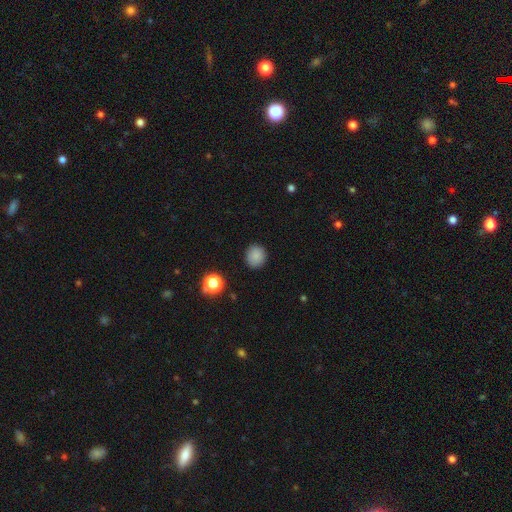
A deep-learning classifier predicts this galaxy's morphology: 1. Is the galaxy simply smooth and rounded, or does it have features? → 85% smooth, 11% star or artifact, 4% featured or disk.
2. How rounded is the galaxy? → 89% round, 10% in between, 1% cigar-shaped.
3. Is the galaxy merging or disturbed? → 89% none, 7% minor disturbance, 2% major disturbance, 1% merger.